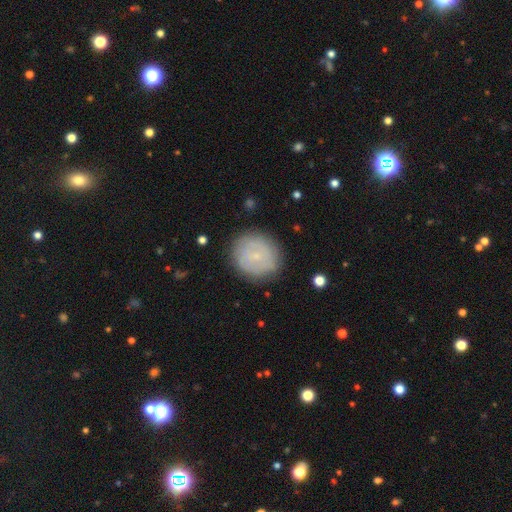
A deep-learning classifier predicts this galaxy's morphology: Smooth or featured?
  - smooth: 49% *
  - featured or disk: 43%
  - star or artifact: 8%
Merging?
  - none: 84% *
  - minor disturbance: 11%
  - major disturbance: 3%
  - merger: 1%